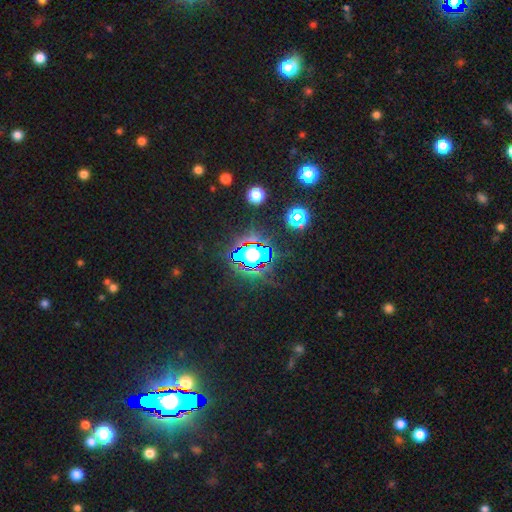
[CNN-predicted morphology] Smooth or featured?
  - star or artifact: 83% *
  - smooth: 9%
  - featured or disk: 8%